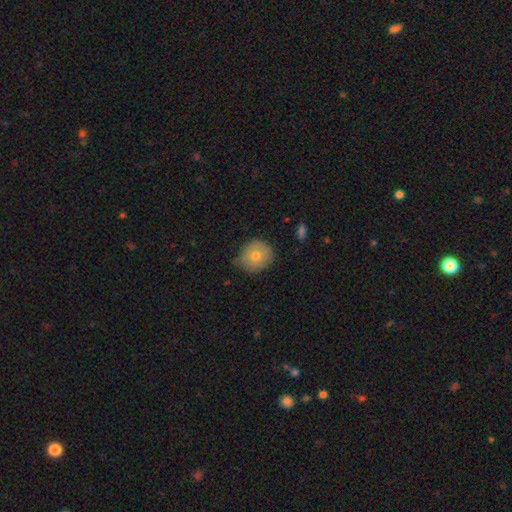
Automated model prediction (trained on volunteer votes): Smooth or featured: smooth — 72% (featured or disk — 19%)
How rounded: round — 86% (in between — 13%)
Merging: none — 65% (minor disturbance — 29%)